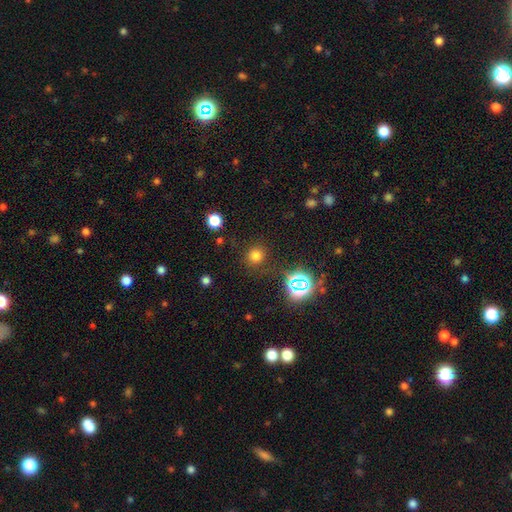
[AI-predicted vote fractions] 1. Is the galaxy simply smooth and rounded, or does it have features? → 72% smooth, 22% star or artifact, 6% featured or disk.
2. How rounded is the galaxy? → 91% round, 8% in between, 1% cigar-shaped.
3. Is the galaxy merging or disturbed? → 86% none, 8% minor disturbance, 4% major disturbance, 2% merger.